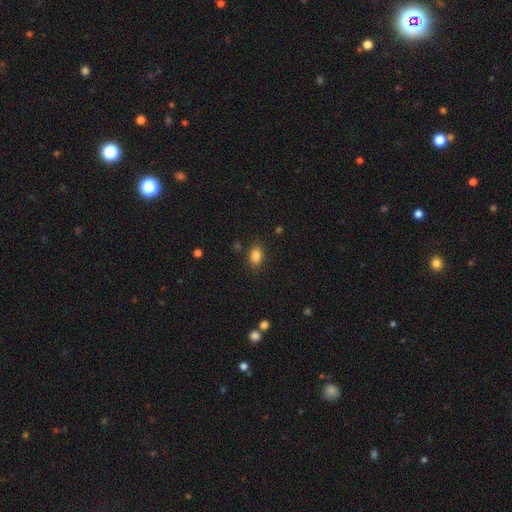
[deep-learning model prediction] smooth_or_featured: smooth (p=0.84) [alt: star or artifact p=0.10]
how_rounded: in between (p=0.78) [alt: round p=0.20]
merging: none (p=0.84) [alt: minor disturbance p=0.11]